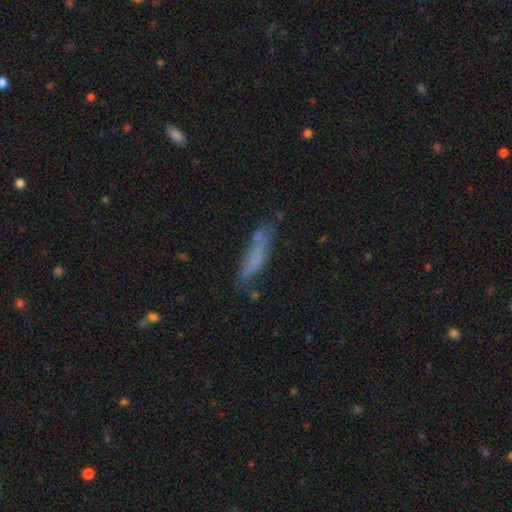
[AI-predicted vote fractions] Smooth or featured? smooth (58%)
How rounded? cigar-shaped (77%)
Merging? none (55%)